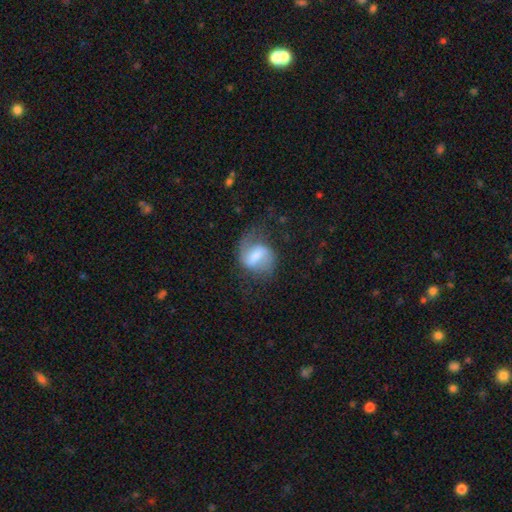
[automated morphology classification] type=featured or disk (61%); edge-on=no (96%); bar=weak (45%); spiral arms=yes (83%); bulge=moderate (44%); merging=none (53%).